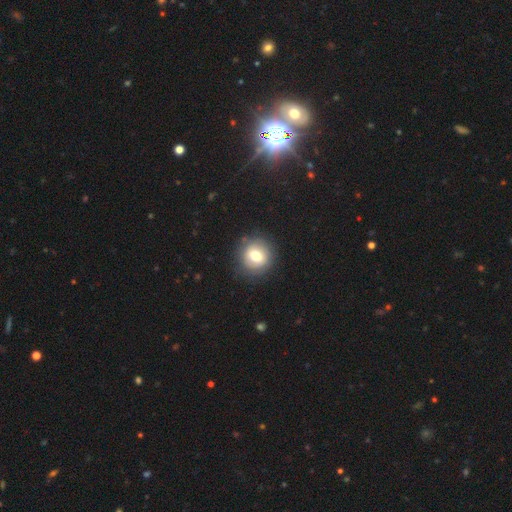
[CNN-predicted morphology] This is likely a smooth galaxy (69%). How rounded: clearly round (88%). Merging: clearly none (86%).